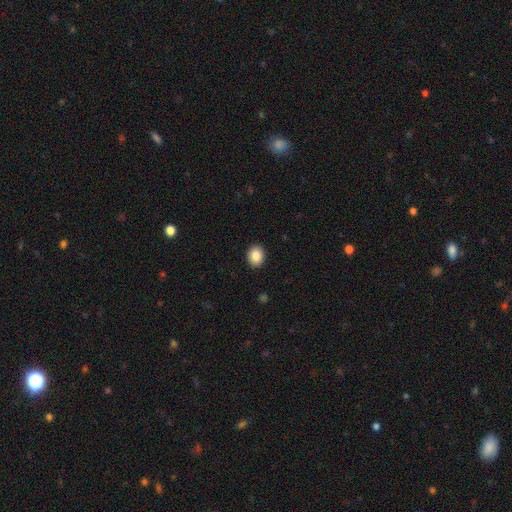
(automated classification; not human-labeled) A smooth galaxy with no disk features (87%) that is round (52%).

Vote fractions:
- Smooth or featured? smooth: 87% / star or artifact: 9% / featured or disk: 4%
- How rounded? round: 52% / in between: 47% / cigar-shaped: 1%
- Merging? none: 91% / minor disturbance: 6% / major disturbance: 2% / merger: 1%